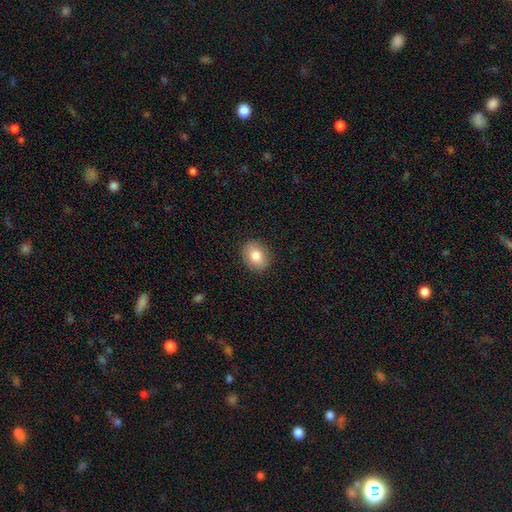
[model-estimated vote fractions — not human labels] Morphology: type=smooth (82%); roundness=in between (55%); merging=none (89%).